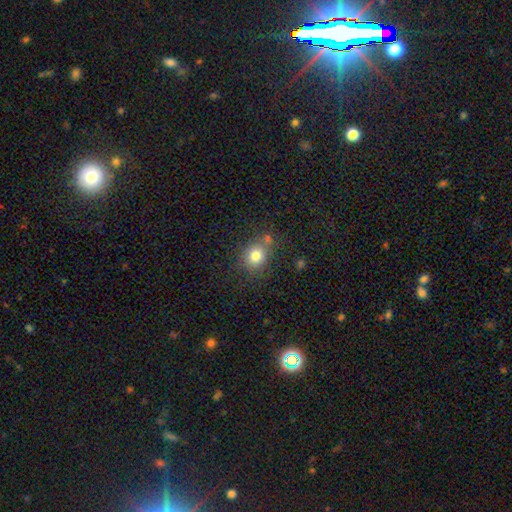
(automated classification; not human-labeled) Q: Smooth or featured?
A: smooth (79%); runner-up: star or artifact (12%)
Q: How rounded?
A: round (67%); runner-up: in between (32%)
Q: Merging?
A: none (68%); runner-up: minor disturbance (16%)